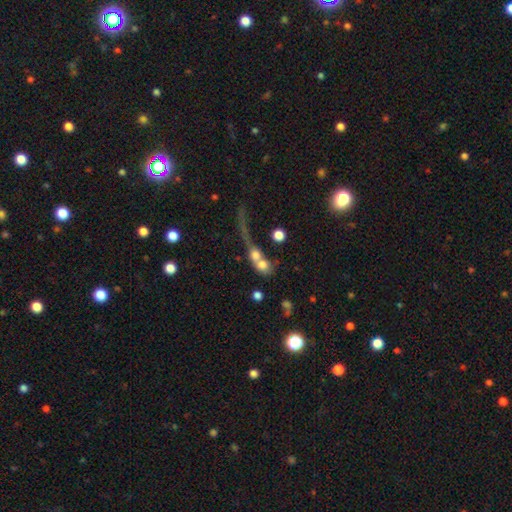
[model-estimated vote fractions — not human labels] smooth 60%, featured or disk 27%, star or artifact 13%. Down the decision tree: how rounded — round (60%); merging — merger (62%).